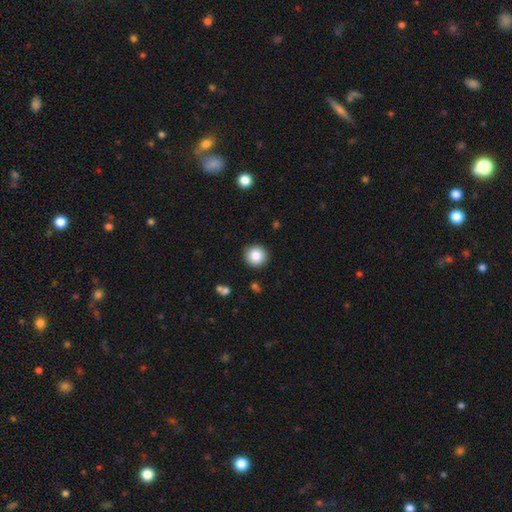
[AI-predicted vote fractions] smooth 86%, star or artifact 9%, featured or disk 5%. Down the decision tree: how rounded — round (94%); merging — none (91%).